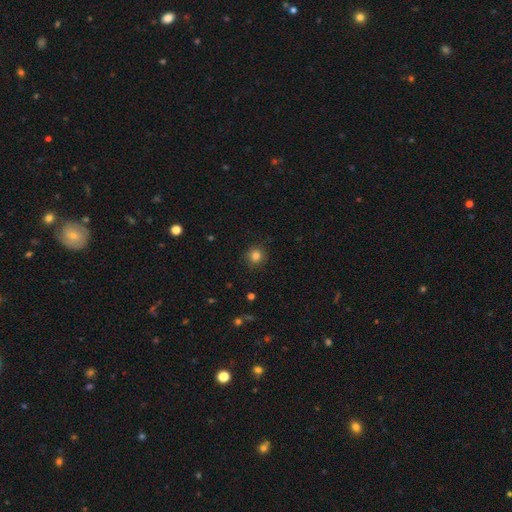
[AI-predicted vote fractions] Smooth or featured? smooth (83%)
How rounded? round (92%)
Merging? none (88%)